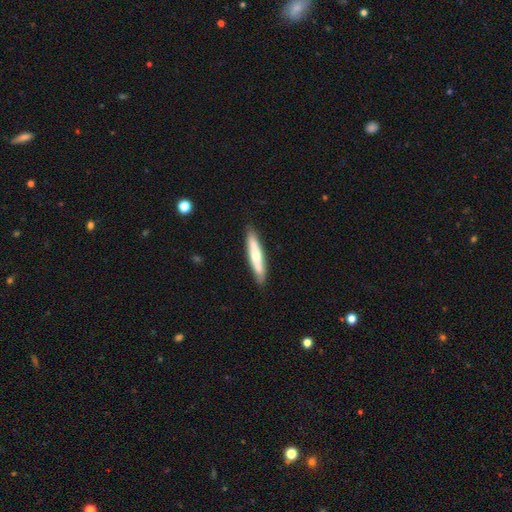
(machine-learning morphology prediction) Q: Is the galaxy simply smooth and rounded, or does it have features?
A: smooth — 51%.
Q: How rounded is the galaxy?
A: cigar-shaped — 87%.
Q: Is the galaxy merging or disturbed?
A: none — 87%.